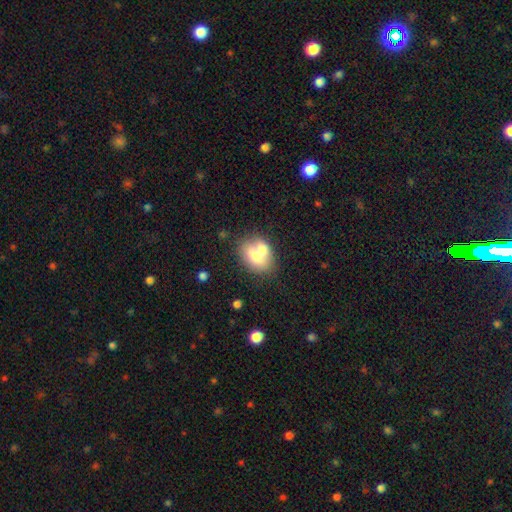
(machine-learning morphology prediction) Smooth or featured: smooth — 69% (featured or disk — 23%)
How rounded: in between — 76% (round — 22%)
Merging: merger — 44% (none — 38%)